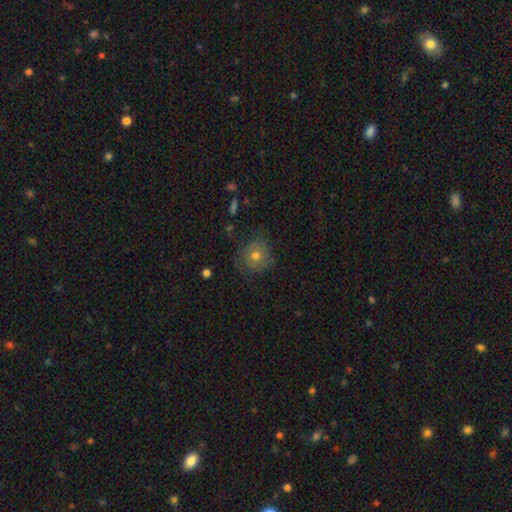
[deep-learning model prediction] This is possibly a smooth galaxy (58%). How rounded: clearly round (85%). Merging: likely none (66%).